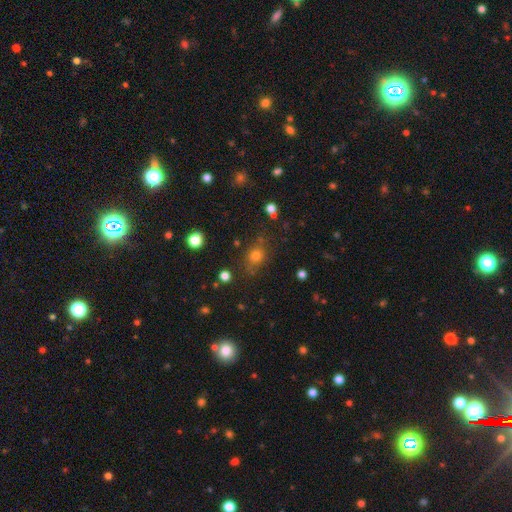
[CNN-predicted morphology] Overall: smooth (73%). How rounded: round (66%; in between 32%). Merging: none (74%).